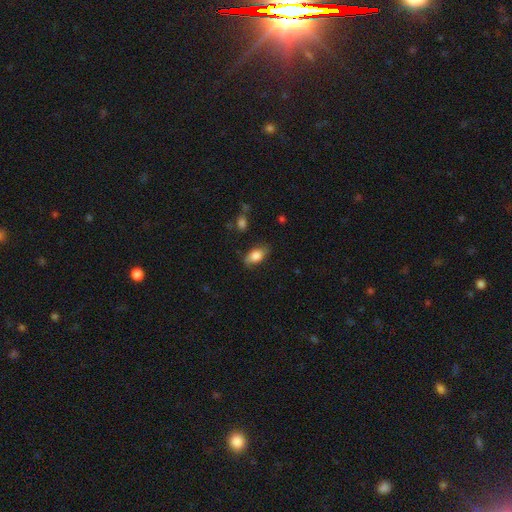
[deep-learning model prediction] Smooth or featured: smooth — 81% (featured or disk — 11%)
How rounded: in between — 89% (round — 6%)
Merging: none — 77% (minor disturbance — 17%)